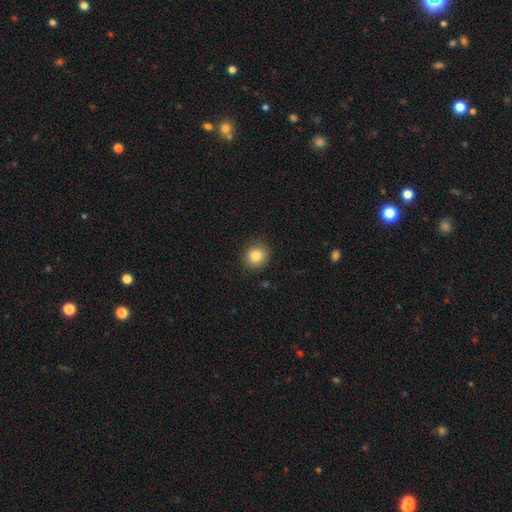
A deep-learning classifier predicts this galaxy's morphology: Smooth or featured? smooth (84%)
How rounded? round (85%)
Merging? none (89%)